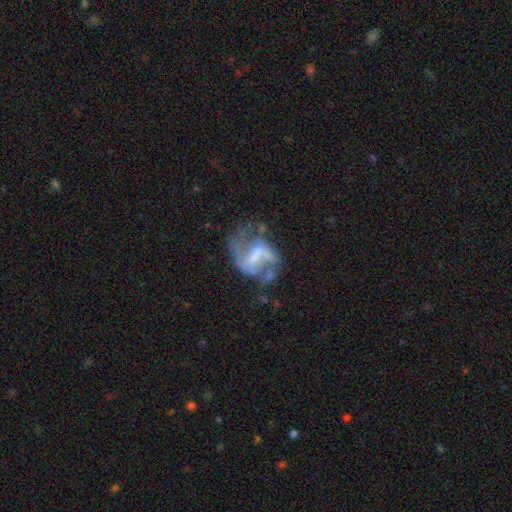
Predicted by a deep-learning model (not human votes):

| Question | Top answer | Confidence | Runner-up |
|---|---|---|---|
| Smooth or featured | featured or disk | 82% | smooth (11%) |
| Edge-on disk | no | 98% | yes (2%) |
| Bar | weak | 47% | strong (37%) |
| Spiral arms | yes | 87% | no (13%) |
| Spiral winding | medium | 46% | loose (42%) |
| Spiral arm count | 2 | 80% | can't tell (9%) |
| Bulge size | small | 35% | none (29%) |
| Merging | none | 47% | major disturbance (26%) |